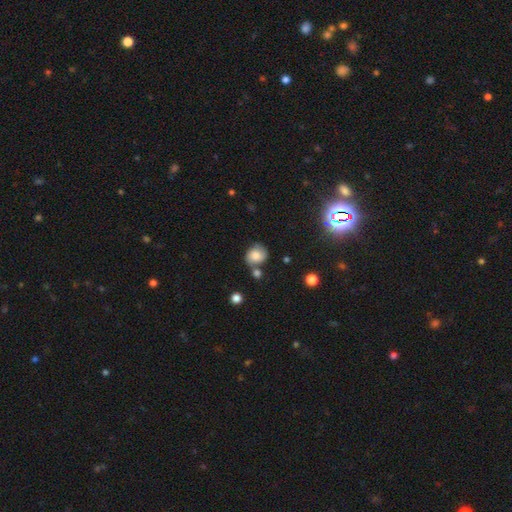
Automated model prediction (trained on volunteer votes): Morphology: type=smooth (71%); roundness=round (73%); merging=none (55%).